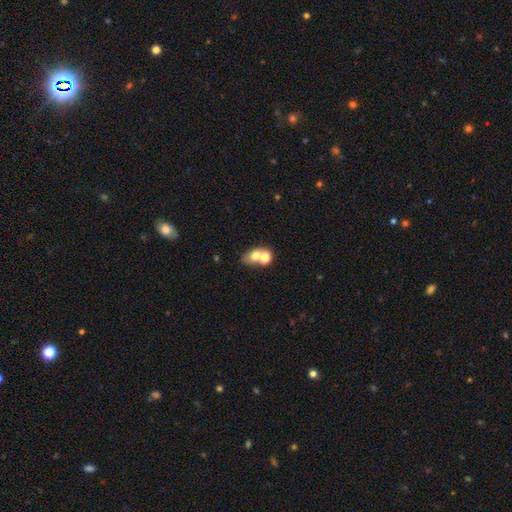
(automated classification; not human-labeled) Q: Smooth or featured?
A: smooth (65%); runner-up: featured or disk (21%)
Q: How rounded?
A: in between (58%); runner-up: round (40%)
Q: Merging?
A: merger (52%); runner-up: none (34%)